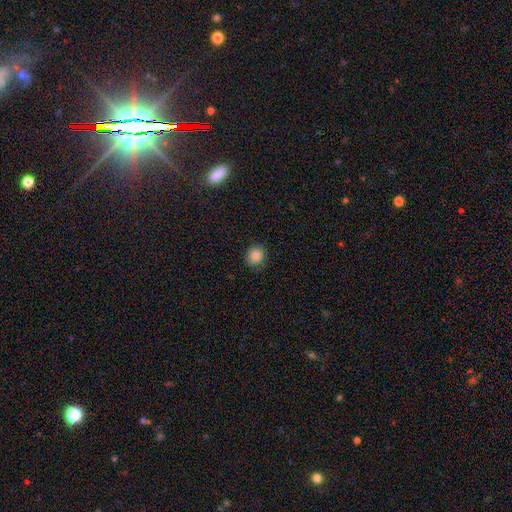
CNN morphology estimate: Q: Smooth or featured?
A: smooth (84%); runner-up: star or artifact (11%)
Q: How rounded?
A: round (85%); runner-up: in between (14%)
Q: Merging?
A: none (86%); runner-up: minor disturbance (10%)